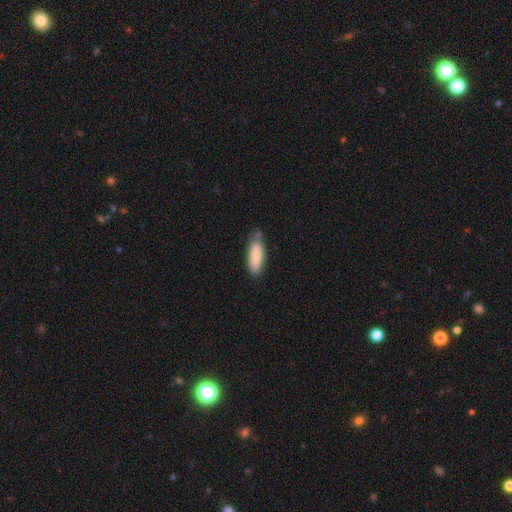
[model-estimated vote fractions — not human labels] Q: Smooth or featured?
A: smooth (85%); runner-up: featured or disk (9%)
Q: How rounded?
A: in between (65%); runner-up: cigar-shaped (34%)
Q: Merging?
A: none (69%); runner-up: minor disturbance (23%)